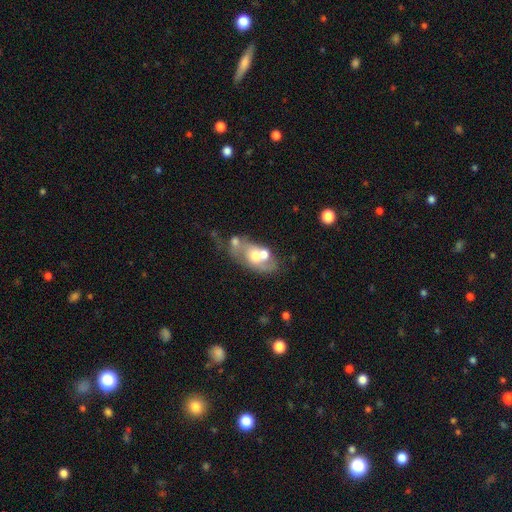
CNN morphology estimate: Smooth or featured: featured or disk — 49% (smooth — 41%)
Merging: merger — 45% (none — 27%)